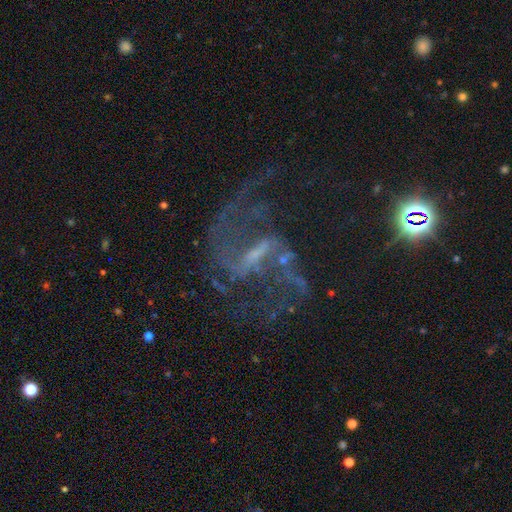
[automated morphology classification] A featured or disk galaxy (84%) with a weak bar (45%), 2 (78%) loose (60%) spiral arms (90%) and a small central bulge (44%).

Vote fractions:
- Smooth or featured? featured or disk: 84% / star or artifact: 11% / smooth: 5%
- Edge-on disk? no: 97% / yes: 3%
- Bar? weak: 45% / strong: 41% / no: 14%
- Spiral arms? yes: 90% / no: 10%
- Spiral winding? loose: 60% / medium: 33% / tight: 8%
- Spiral arm count? 2: 78% / can't tell: 8% / 1: 5% / 3: 4% / 4: 3% / more than 4: 3%
- Bulge size? small: 44% / none: 33% / moderate: 20% / large: 2% / dominant: 1%
- Merging? none: 49% / major disturbance: 31% / minor disturbance: 14% / merger: 5%